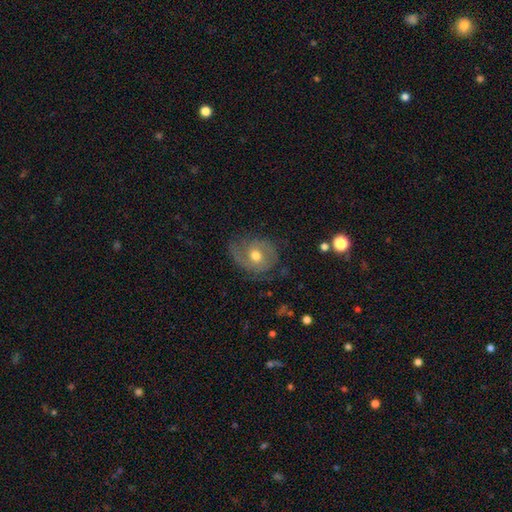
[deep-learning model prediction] This is likely a featured or disk galaxy (66%). It is clearly not viewed edge-on (96%). Bar: likely no (67%). Spiral arm pattern: clearly yes (82%). Spiral arm count: possibly 2 (57%). Spiral winding: marginally medium (42%). Central bulge: likely moderate (77%). Merging: likely none (61%).